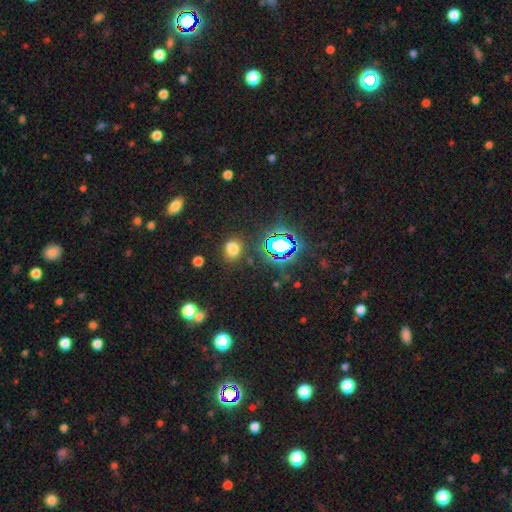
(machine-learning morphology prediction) Overall: star or artifact (72%).